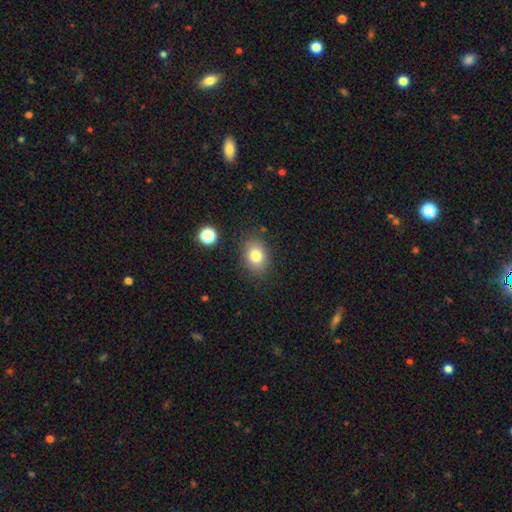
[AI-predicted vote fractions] Q: Smooth or featured?
A: smooth (80%); runner-up: star or artifact (11%)
Q: How rounded?
A: in between (64%); runner-up: round (35%)
Q: Merging?
A: none (83%); runner-up: minor disturbance (11%)